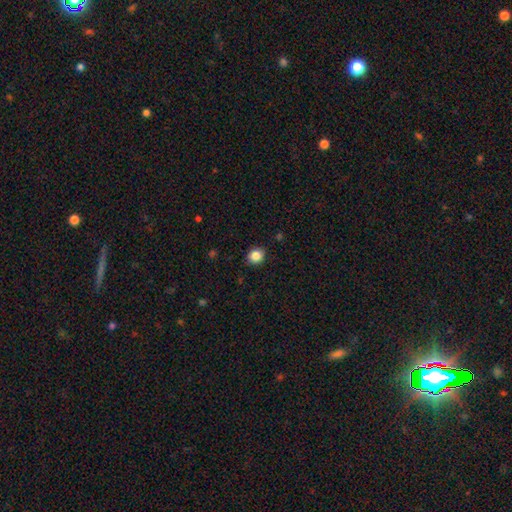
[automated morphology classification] This appears to be a smooth galaxy with no disk features (85%) that is round (76%). Merging: none (88%).